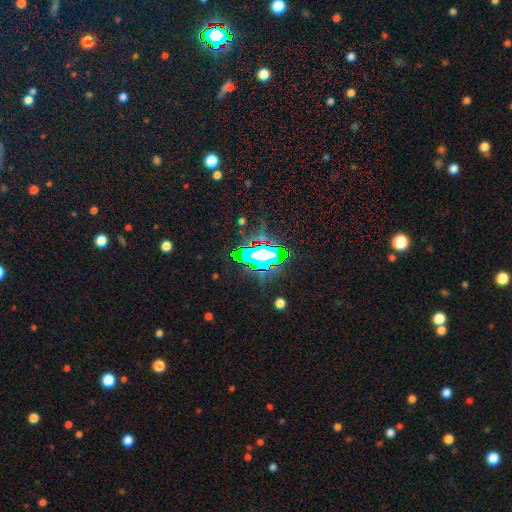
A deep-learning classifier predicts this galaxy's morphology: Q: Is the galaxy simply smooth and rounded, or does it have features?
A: star or artifact — 71%.